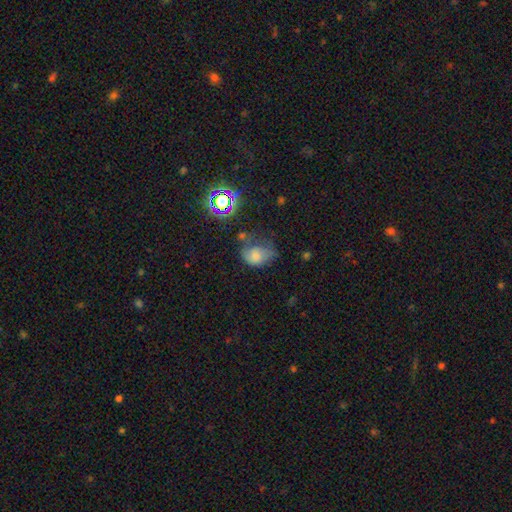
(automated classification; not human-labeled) Smooth or featured?
  - smooth: 69% *
  - featured or disk: 16%
  - star or artifact: 15%
How rounded?
  - in between: 67% *
  - round: 32%
  - cigar-shaped: 1%
Merging?
  - minor disturbance: 36% *
  - none: 33%
  - major disturbance: 25%
  - merger: 7%